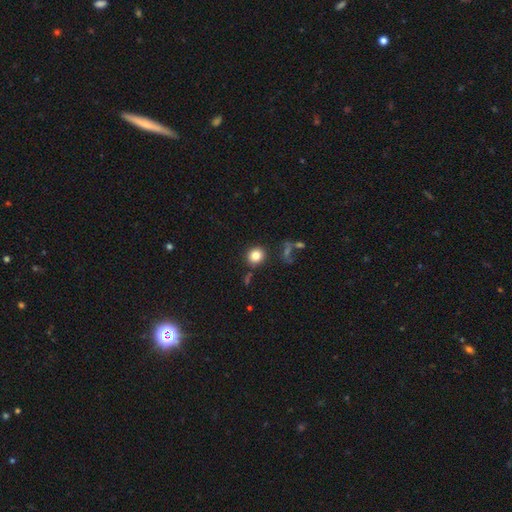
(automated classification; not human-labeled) This appears to be a smooth galaxy with no disk features (82%) that is round (86%). Merging: none (85%).